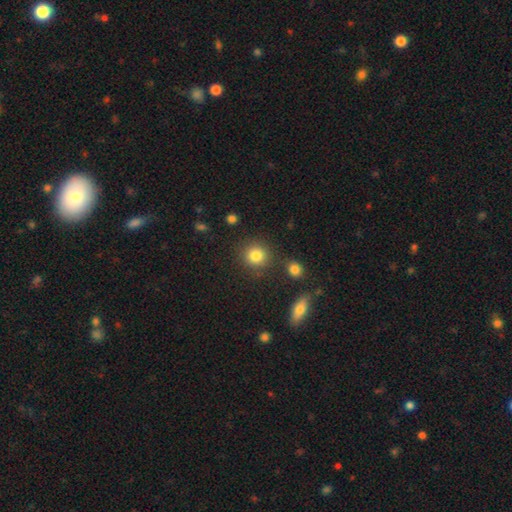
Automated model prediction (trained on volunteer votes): A smooth galaxy with no disk features (84%) that is round (88%).

Vote fractions:
- Smooth or featured? smooth: 84% / star or artifact: 10% / featured or disk: 6%
- How rounded? round: 88% / in between: 11% / cigar-shaped: 1%
- Merging? none: 83% / minor disturbance: 8% / merger: 5% / major disturbance: 3%